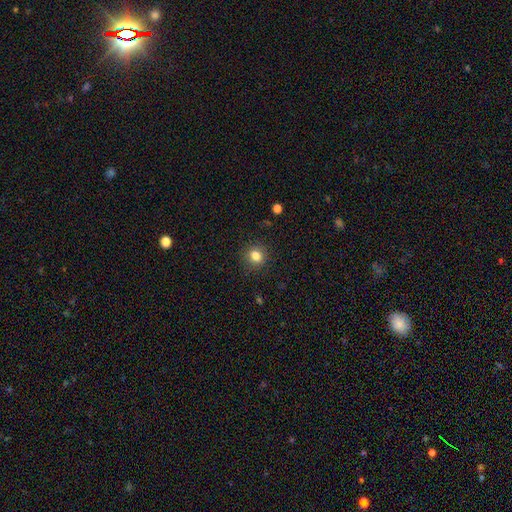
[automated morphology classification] Smooth or featured: smooth — 82% (star or artifact — 12%)
How rounded: round — 82% (in between — 17%)
Merging: none — 90% (minor disturbance — 7%)